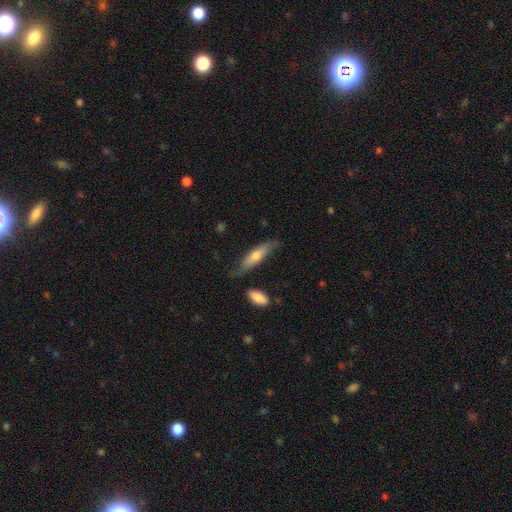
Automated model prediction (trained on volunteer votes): smooth_or_featured: smooth (p=0.57) [alt: featured or disk p=0.38]
how_rounded: cigar-shaped (p=0.72) [alt: in between p=0.26]
merging: none (p=0.66) [alt: minor disturbance p=0.24]